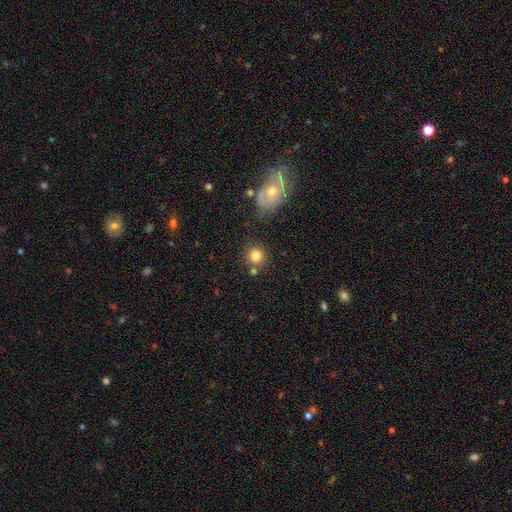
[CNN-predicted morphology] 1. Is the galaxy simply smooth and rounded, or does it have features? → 80% smooth, 10% featured or disk, 10% star or artifact.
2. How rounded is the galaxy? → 88% round, 11% in between, 1% cigar-shaped.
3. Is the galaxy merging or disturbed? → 73% none, 12% merger, 11% minor disturbance, 4% major disturbance.